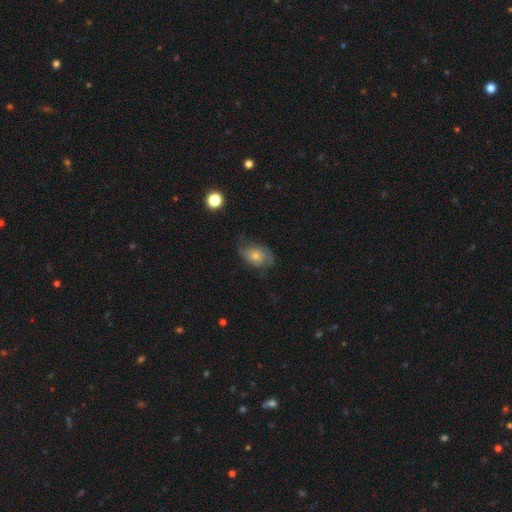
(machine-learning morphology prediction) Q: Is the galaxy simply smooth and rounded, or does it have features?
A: featured or disk — 52%.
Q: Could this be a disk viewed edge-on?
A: no — 96%.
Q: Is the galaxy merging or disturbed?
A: none — 53%.